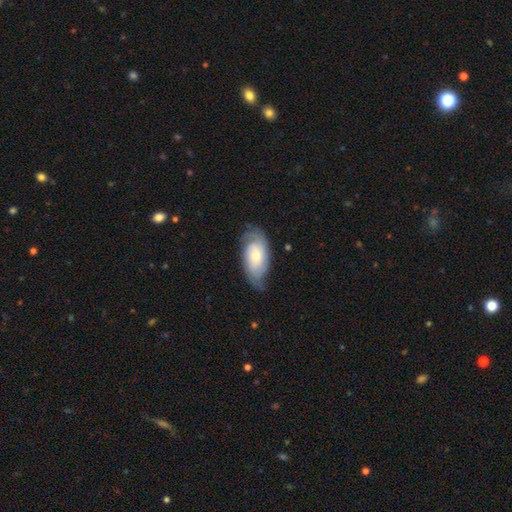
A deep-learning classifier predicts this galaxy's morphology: smooth_or_featured: featured or disk (p=0.60) [alt: smooth p=0.34]
disk_edge_on: no (p=0.93) [alt: yes p=0.07]
bar: no (p=0.76) [alt: weak p=0.19]
has_spiral_arms: yes (p=0.84) [alt: no p=0.16]
bulge_size: small (p=0.49) [alt: moderate p=0.43]
merging: none (p=0.67) [alt: minor disturbance p=0.23]